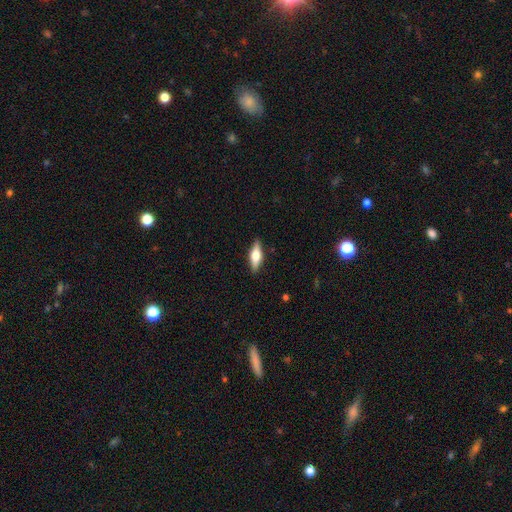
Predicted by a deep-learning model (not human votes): A featured or disk galaxy (48%).

Vote fractions:
- Smooth or featured? featured or disk: 48% / smooth: 45% / star or artifact: 6%
- Merging? none: 88% / minor disturbance: 9% / major disturbance: 2% / merger: 1%